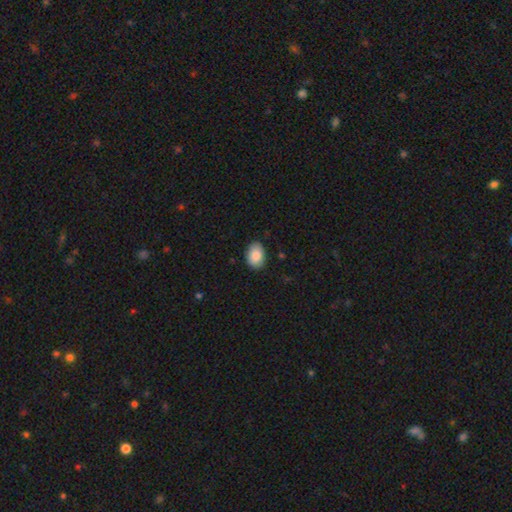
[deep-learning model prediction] Smooth or featured? smooth (88%)
How rounded? in between (82%)
Merging? none (84%)